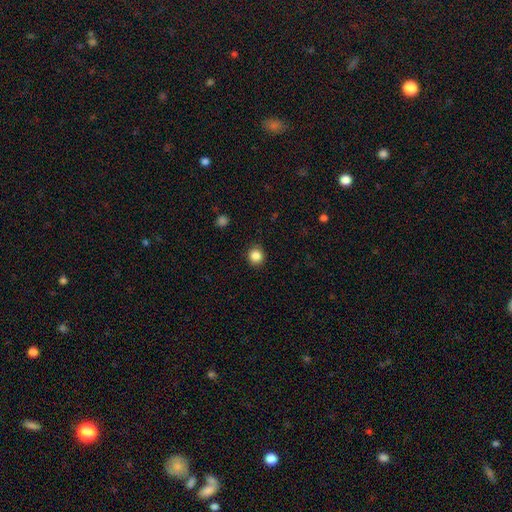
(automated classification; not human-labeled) A smooth galaxy with no disk features (86%) that is round (90%).

Vote fractions:
- Smooth or featured? smooth: 86% / star or artifact: 11% / featured or disk: 3%
- How rounded? round: 90% / in between: 9% / cigar-shaped: 1%
- Merging? none: 91% / minor disturbance: 6% / major disturbance: 2% / merger: 1%